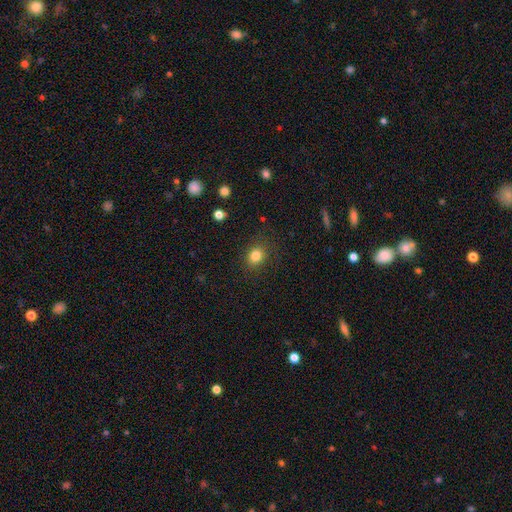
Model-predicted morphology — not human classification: This appears to be a smooth galaxy with no disk features (83%) that is round (61%). Merging: none (84%).